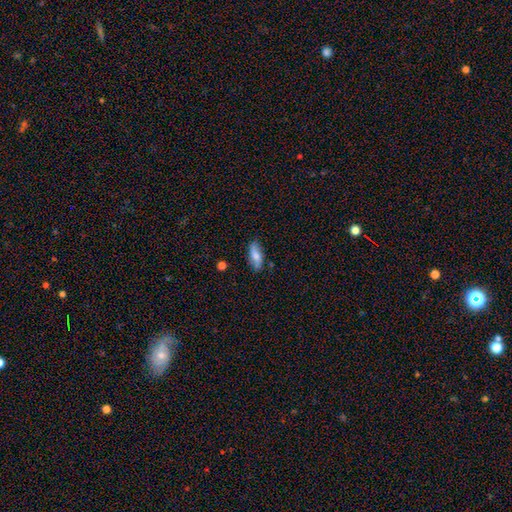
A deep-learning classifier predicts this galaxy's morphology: Smooth or featured?
  - smooth: 70% *
  - featured or disk: 22%
  - star or artifact: 8%
How rounded?
  - in between: 79% *
  - cigar-shaped: 17%
  - round: 3%
Merging?
  - none: 71% *
  - minor disturbance: 22%
  - major disturbance: 5%
  - merger: 3%